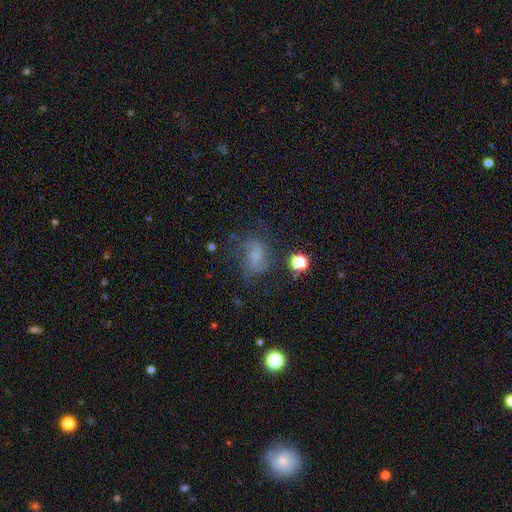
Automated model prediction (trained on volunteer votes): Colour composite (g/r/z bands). It shows a smooth galaxy with no disk features (45%). Merging: none (46%).